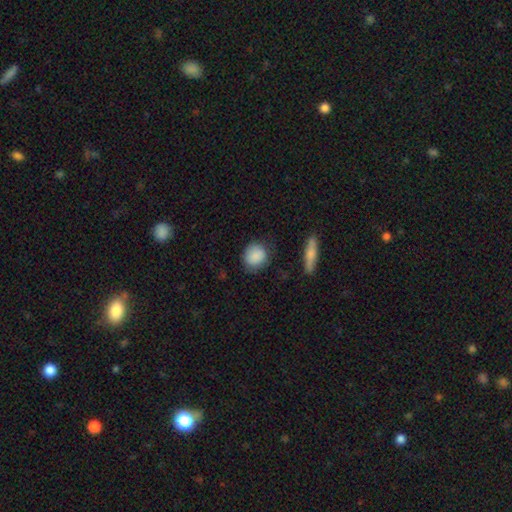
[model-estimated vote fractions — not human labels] Q: Smooth or featured?
A: smooth (87%); runner-up: star or artifact (7%)
Q: How rounded?
A: round (74%); runner-up: in between (24%)
Q: Merging?
A: none (76%); runner-up: minor disturbance (17%)